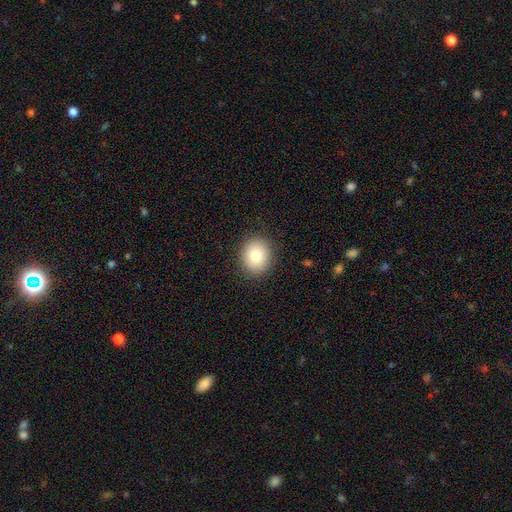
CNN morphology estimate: A smooth galaxy with no disk features (80%) that is round (70%). Merging: none (89%).